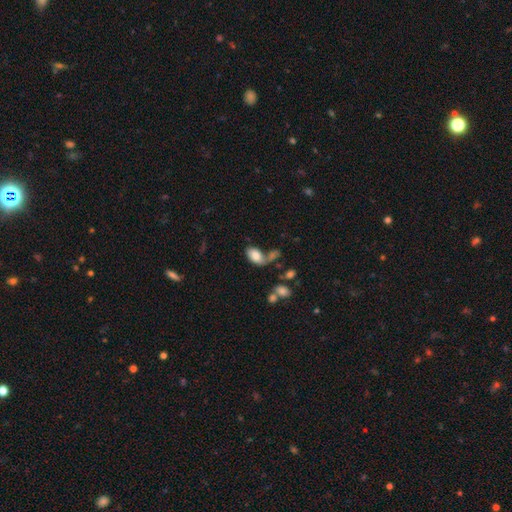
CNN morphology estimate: Smooth or featured?
  - smooth: 81% *
  - featured or disk: 11%
  - star or artifact: 9%
How rounded?
  - in between: 93% *
  - round: 5%
  - cigar-shaped: 2%
Merging?
  - none: 44% *
  - merger: 24%
  - minor disturbance: 19%
  - major disturbance: 12%